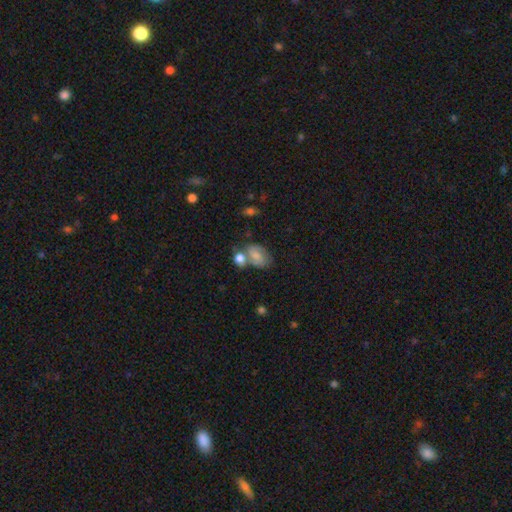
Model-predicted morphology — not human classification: This appears to be a smooth galaxy with no disk features (68%) that is in between round and cigar-shaped (78%). Merging: none (37%, tied with merger).